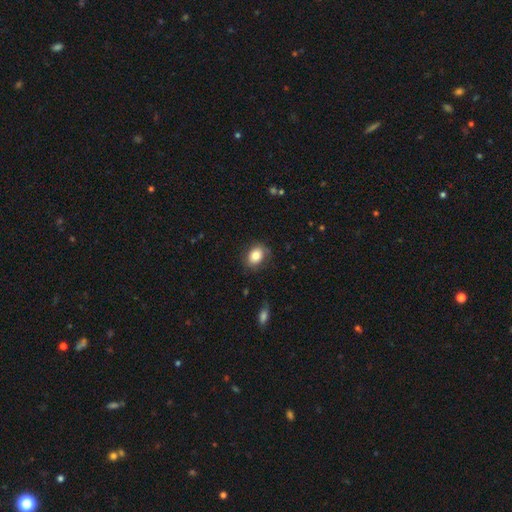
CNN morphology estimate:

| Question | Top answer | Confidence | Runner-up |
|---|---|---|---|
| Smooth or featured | smooth | 81% | featured or disk (10%) |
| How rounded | in between | 64% | round (35%) |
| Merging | none | 78% | minor disturbance (16%) |